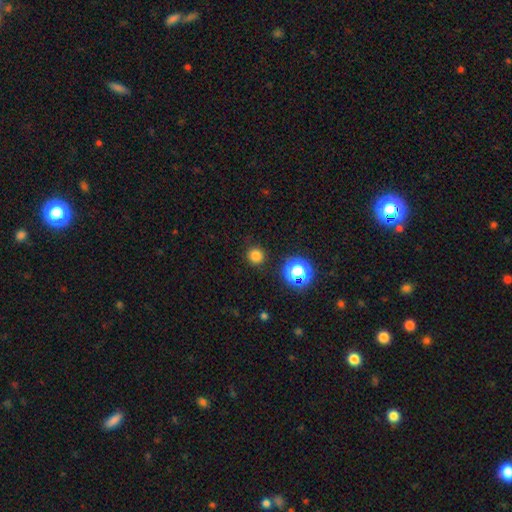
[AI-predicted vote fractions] The model was most divided on "smooth or featured": smooth: 78%, star or artifact: 18%, featured or disk: 4%. More confident: how rounded — round (94%); merging — none (89%).